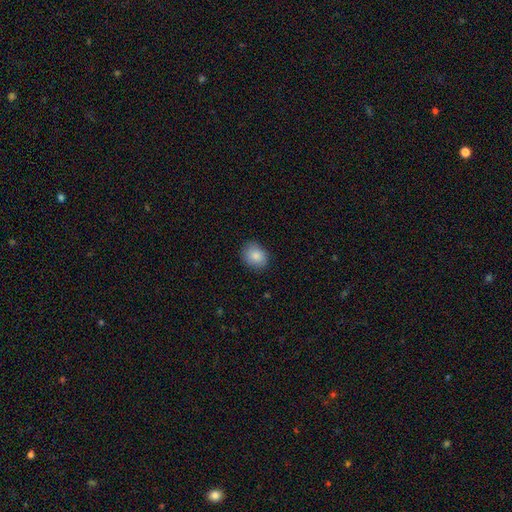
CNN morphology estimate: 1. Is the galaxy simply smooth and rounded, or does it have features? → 86% smooth, 8% star or artifact, 6% featured or disk.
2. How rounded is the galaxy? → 59% round, 40% in between, 1% cigar-shaped.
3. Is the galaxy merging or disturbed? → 85% none, 12% minor disturbance, 2% major disturbance, 1% merger.